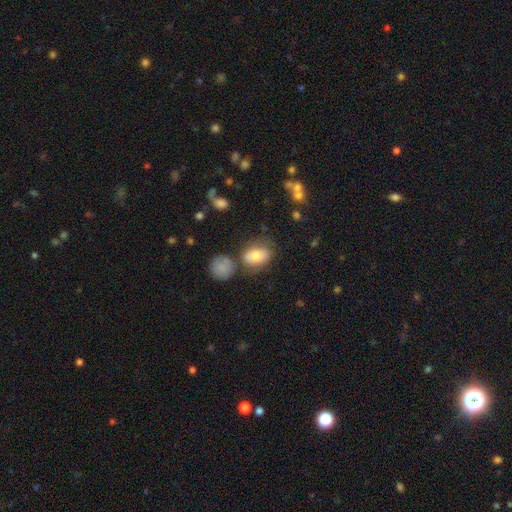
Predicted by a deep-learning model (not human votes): This is likely a smooth galaxy (74%). How rounded: likely in between (78%). Merging: possibly none (59%).